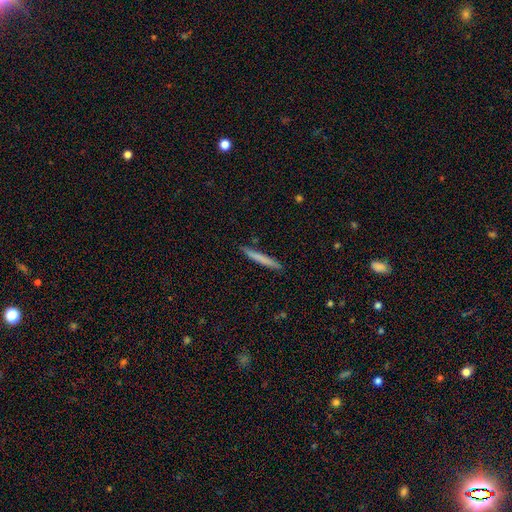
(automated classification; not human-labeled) Morphology: type=smooth (68%); roundness=cigar-shaped (97%); merging=none (90%).